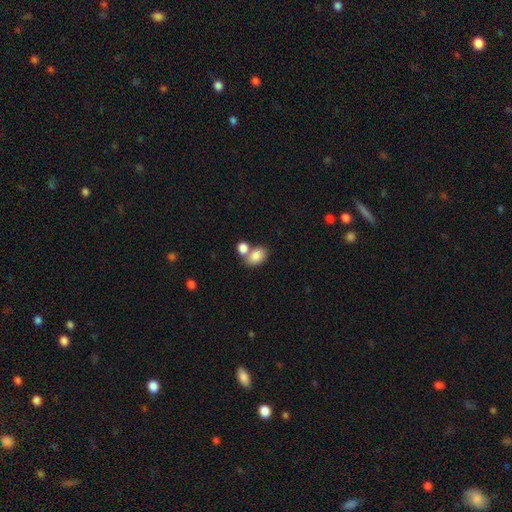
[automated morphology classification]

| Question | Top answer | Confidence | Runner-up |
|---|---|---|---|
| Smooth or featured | smooth | 84% | star or artifact (8%) |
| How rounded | in between | 80% | round (19%) |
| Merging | none | 43% | tied: merger (43%) |